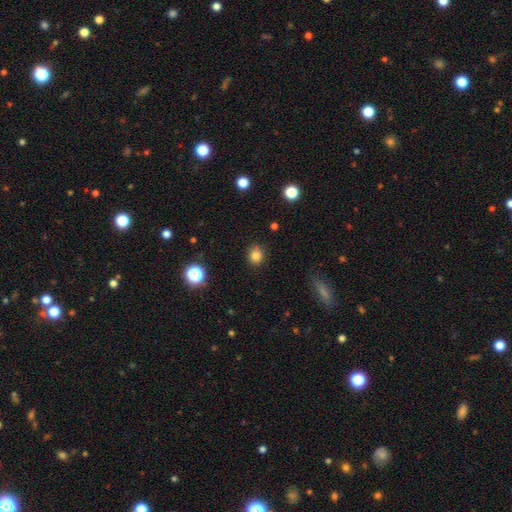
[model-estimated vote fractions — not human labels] smooth 81%, star or artifact 14%, featured or disk 5%. Down the decision tree: how rounded — round (82%); merging — none (84%).